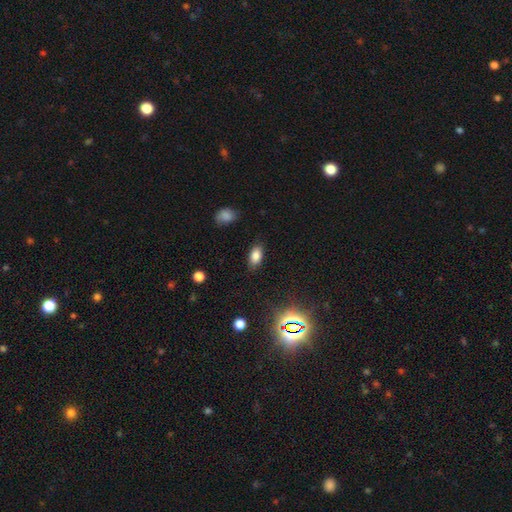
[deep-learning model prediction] A smooth galaxy with no disk features (81%) that is in between round and cigar-shaped (90%). Merging: none (85%).